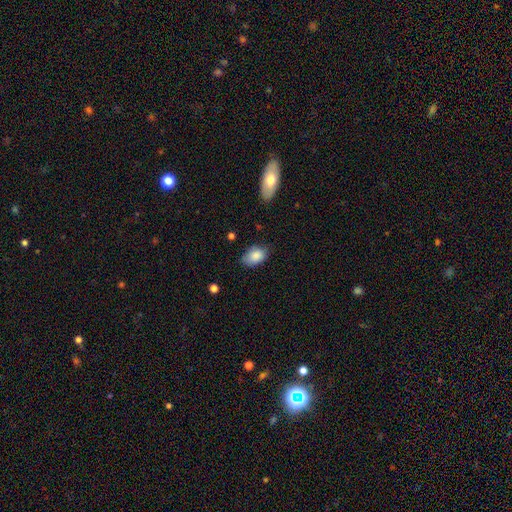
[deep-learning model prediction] Smooth or featured? smooth (86%)
How rounded? in between (88%)
Merging? none (67%)